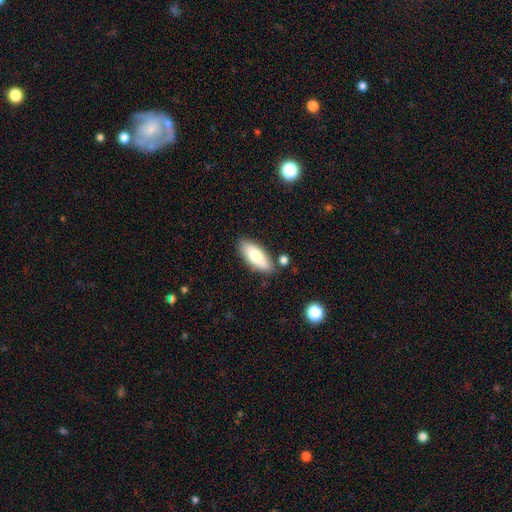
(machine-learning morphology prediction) smooth 72%, featured or disk 21%, star or artifact 6%. Down the decision tree: how rounded — in between (81%); merging — none (80%).